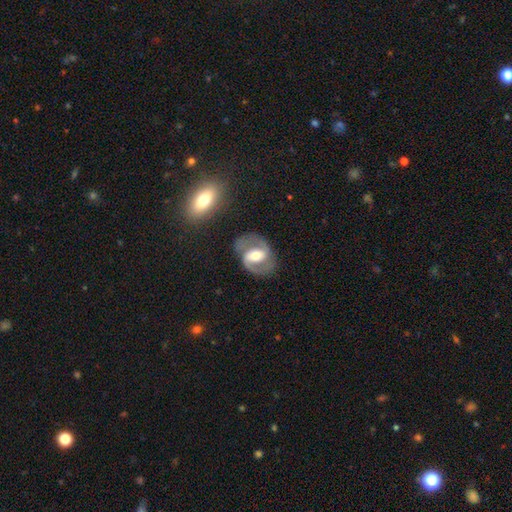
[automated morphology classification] type=featured or disk (84%); edge-on=no (97%); bar=strong (44%); spiral arms=yes (93%); winding=medium (57%); arm count=2 (92%); bulge=moderate (65%); merging=none (77%).